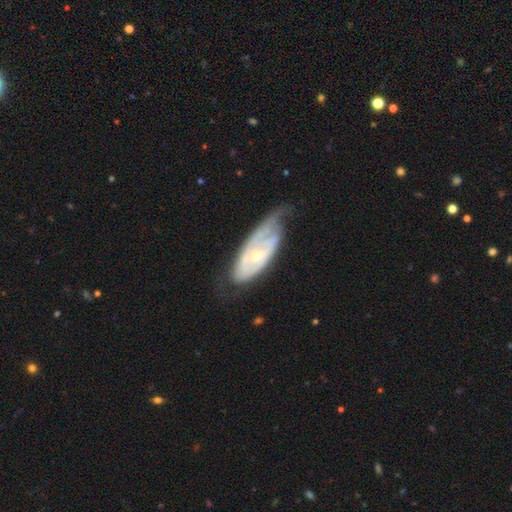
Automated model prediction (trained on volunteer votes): The model was most divided on "spiral arm count": can't tell: 41%, 2: 34%, 1: 14%, 3: 6%, 4: 2%, more than 4: 2%. Remaining: edge-on disk — no (89%); spiral arms — yes (82%); smooth or featured — featured or disk (74%); bulge size — small (67%); bar — no (61%); spiral winding — tight (54%); merging — none (43%).